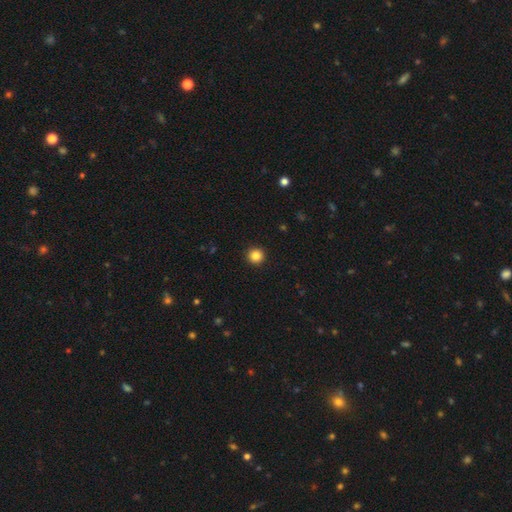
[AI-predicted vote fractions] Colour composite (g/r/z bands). It shows a smooth galaxy with no disk features (85%) that is round (95%). Merging: none (93%).